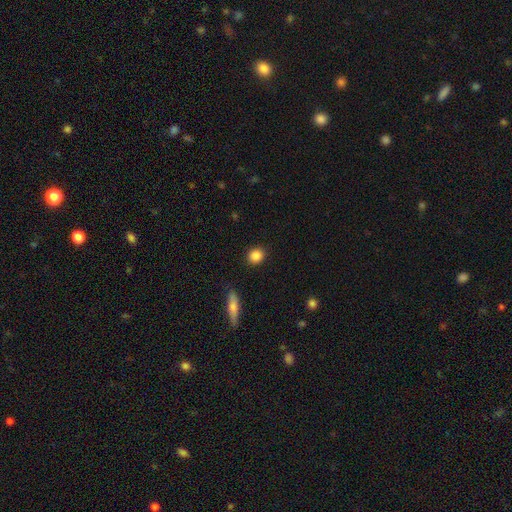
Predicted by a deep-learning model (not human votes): Overall: smooth (86%). How rounded: round (76%). Merging: none (90%).